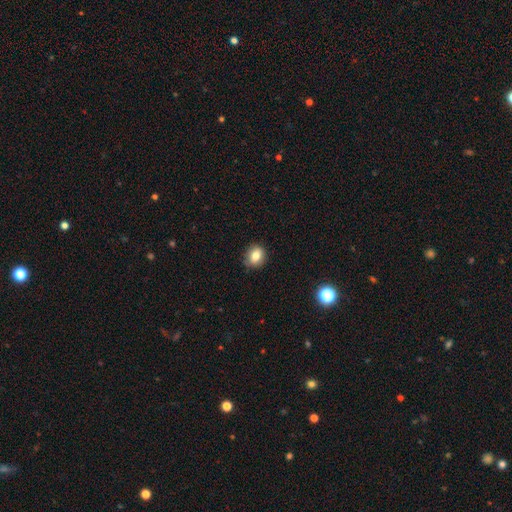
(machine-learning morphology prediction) This appears to be a smooth galaxy with no disk features (80%) that is round (68%). Merging: none (84%).